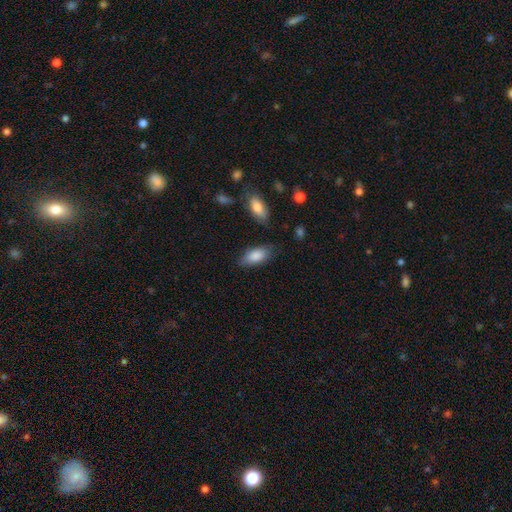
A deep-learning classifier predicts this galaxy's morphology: This appears to be a smooth galaxy with no disk features (85%) that is in between round and cigar-shaped (88%). Merging: none (74%).